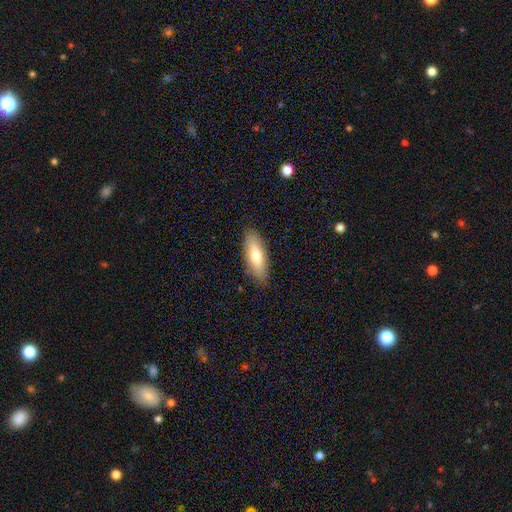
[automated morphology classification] Smooth or featured? smooth (72%)
How rounded? in between (67%)
Merging? none (86%)